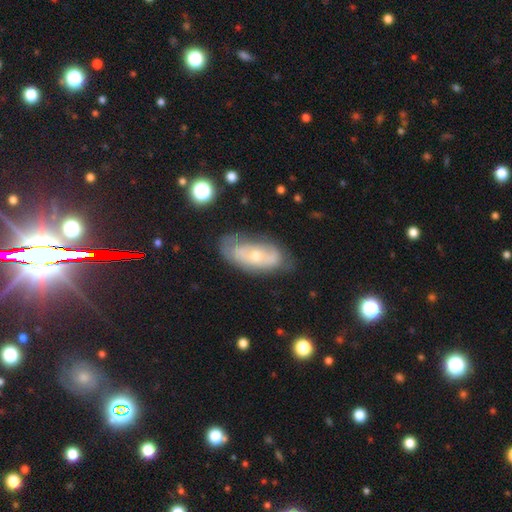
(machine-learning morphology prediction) Smooth or featured? Predicted: featured or disk (p=0.63). Edge-on disk? Predicted: no (p=0.88). Bar? Predicted: no (p=0.81). Spiral arms? Predicted: yes (p=0.54). Bulge size? Predicted: small (p=0.49). Merging? Predicted: none (p=0.63).